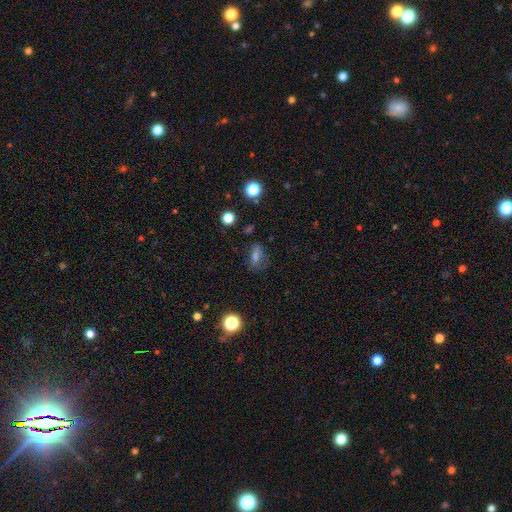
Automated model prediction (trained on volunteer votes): Q: Smooth or featured?
A: smooth (56%); runner-up: star or artifact (24%)
Q: How rounded?
A: in between (70%); runner-up: round (24%)
Q: Merging?
A: none (65%); runner-up: minor disturbance (21%)